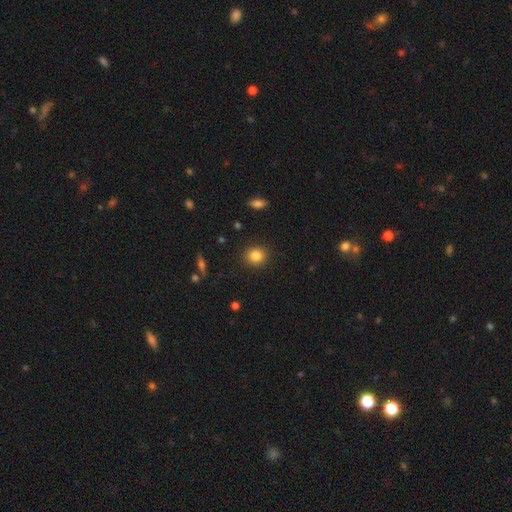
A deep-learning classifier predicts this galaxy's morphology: Smooth or featured: smooth — 84% (star or artifact — 10%)
How rounded: round — 82% (in between — 16%)
Merging: none — 90% (minor disturbance — 7%)